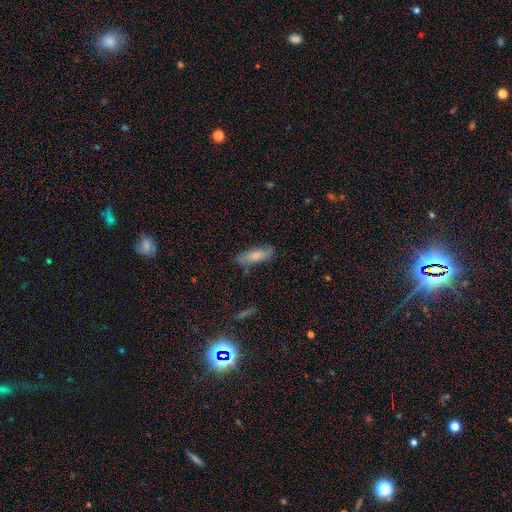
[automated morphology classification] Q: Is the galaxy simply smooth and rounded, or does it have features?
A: smooth — 75%.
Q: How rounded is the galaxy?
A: in between — 57%.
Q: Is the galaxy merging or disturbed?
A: none — 74%.